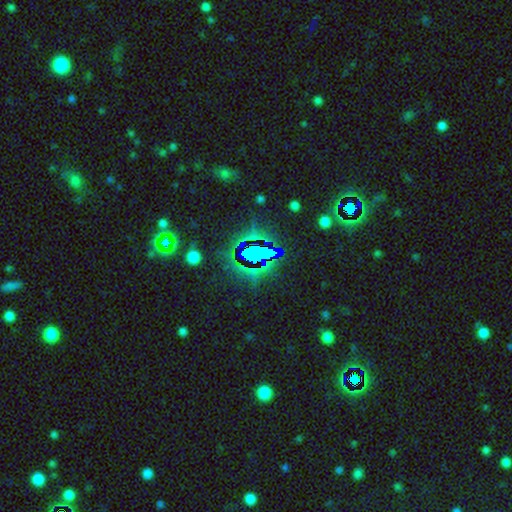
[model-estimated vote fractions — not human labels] star or artifact 83%, smooth 9%, featured or disk 8%.